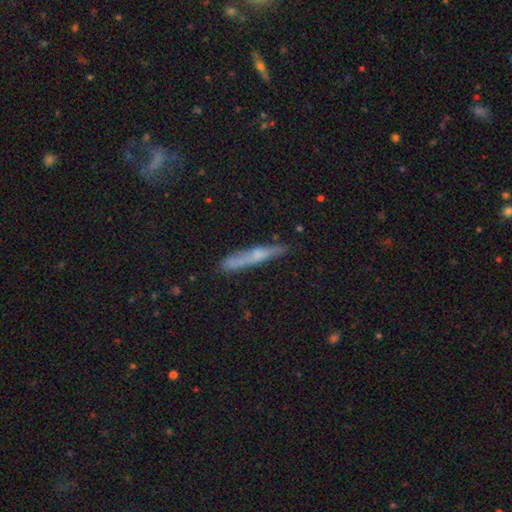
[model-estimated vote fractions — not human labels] Morphology: type=smooth (51%); roundness=cigar-shaped (93%); merging=none (73%).